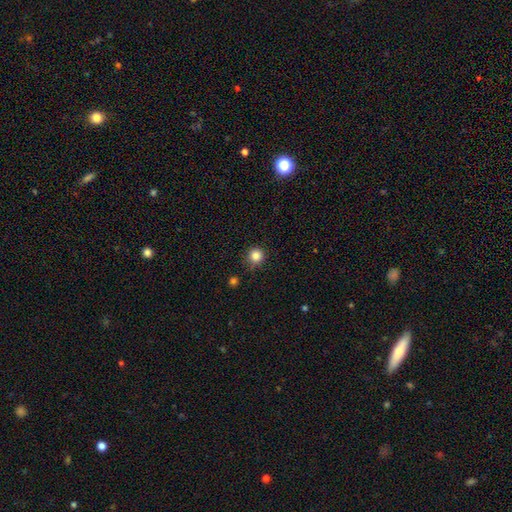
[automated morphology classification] smooth-or-featured: smooth: 84% | star or artifact: 12% | featured or disk: 4%
  how-rounded: round: 95% | in between: 4% | cigar-shaped: 1%
  merging: none: 86% | minor disturbance: 10% | major disturbance: 2% | merger: 2%